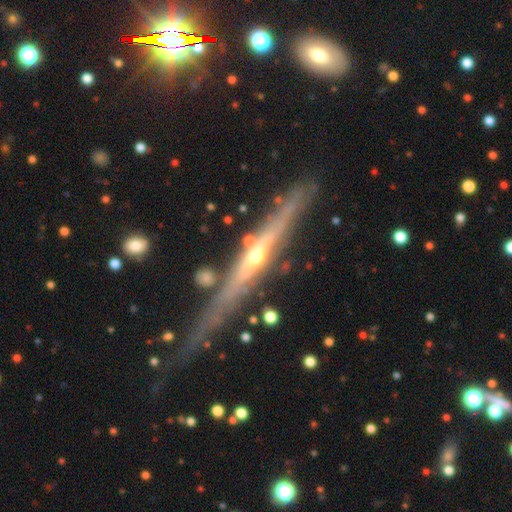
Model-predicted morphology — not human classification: A featured or disk galaxy (83%) viewed edge-on (91%) with a rounded central bulge (68%). Merging: none (68%).